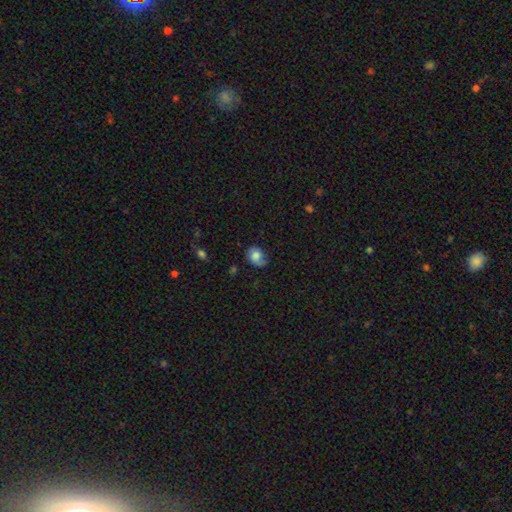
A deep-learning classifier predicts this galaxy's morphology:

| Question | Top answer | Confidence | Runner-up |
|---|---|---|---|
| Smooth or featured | smooth | 67% | featured or disk (24%) |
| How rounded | in between | 54% | round (45%) |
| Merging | none | 55% | minor disturbance (31%) |